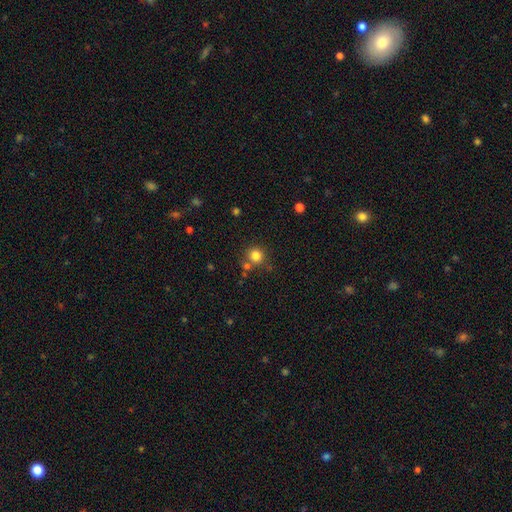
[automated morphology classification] Smooth or featured: smooth — 81% (star or artifact — 13%)
How rounded: round — 92% (in between — 7%)
Merging: none — 72% (merger — 15%)